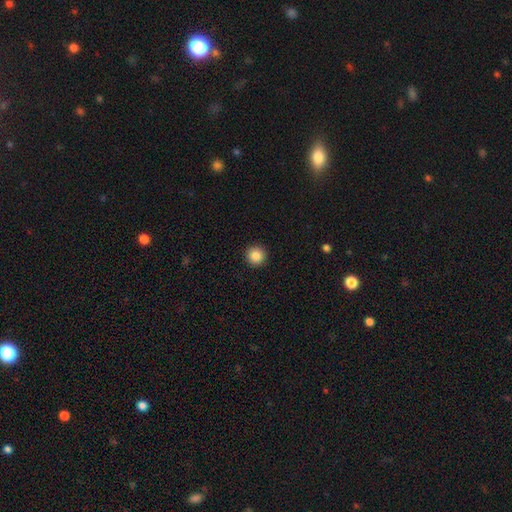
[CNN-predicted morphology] Overall: smooth (86%). How rounded: round (96%). Merging: none (93%).